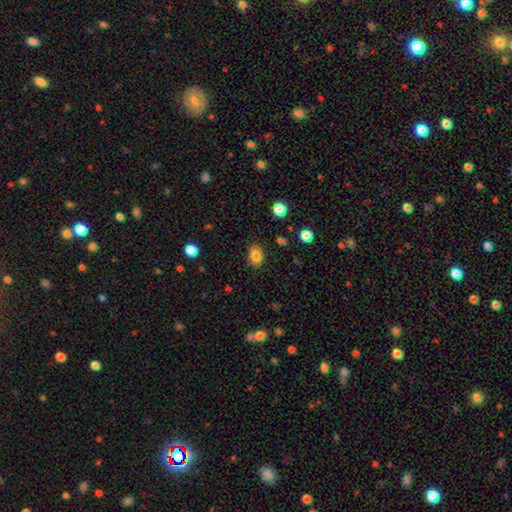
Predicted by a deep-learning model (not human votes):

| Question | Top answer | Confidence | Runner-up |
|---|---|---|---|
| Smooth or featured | smooth | 83% | star or artifact (10%) |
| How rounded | in between | 79% | round (20%) |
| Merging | none | 85% | minor disturbance (11%) |